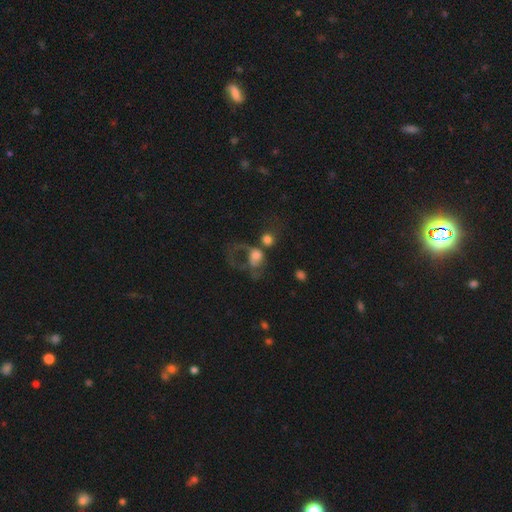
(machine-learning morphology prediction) type=smooth (51%); roundness=round (57%); merging=merger (39%).